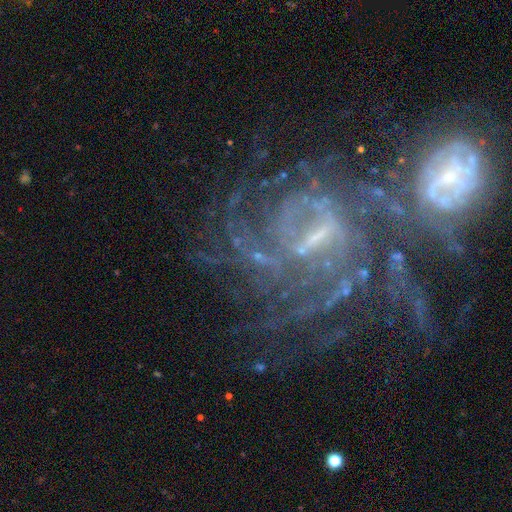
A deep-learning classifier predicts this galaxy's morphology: type=featured or disk (82%); edge-on=no (97%); bar=weak (45%); spiral arms=yes (88%); winding=tight (55%); arm count=can't tell (43%); bulge=small (52%); merging=none (36%).